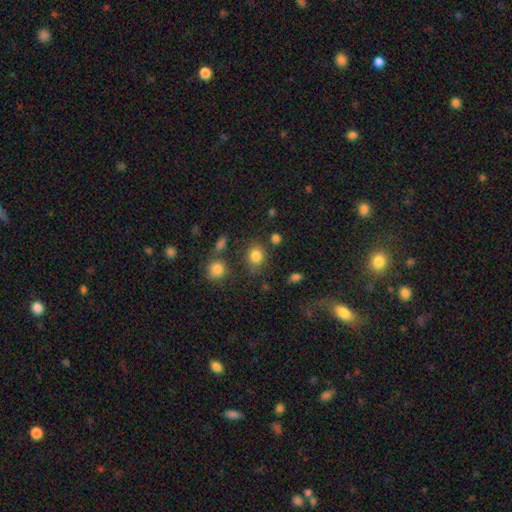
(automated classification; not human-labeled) A smooth galaxy with no disk features (82%) that is round (67%).

Vote fractions:
- Smooth or featured? smooth: 82% / star or artifact: 12% / featured or disk: 6%
- How rounded? round: 67% / in between: 32% / cigar-shaped: 1%
- Merging? none: 74% / minor disturbance: 14% / merger: 7% / major disturbance: 5%